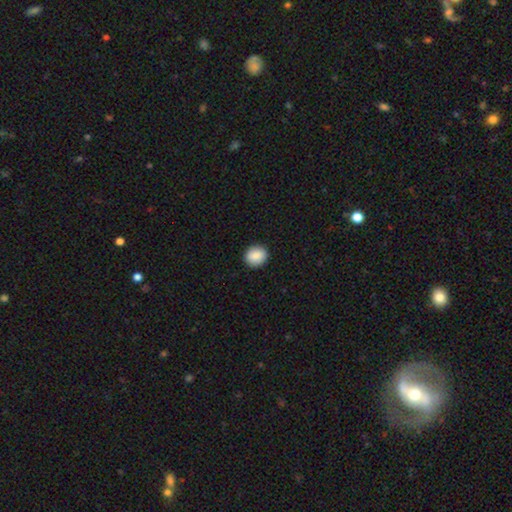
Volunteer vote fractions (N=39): smooth-or-featured: smooth: 87% | featured or disk: 8% | star or artifact: 5%
  how-rounded: round: 85% | in between: 15% | cigar-shaped: 0%
  merging: none: 95% | minor disturbance: 3% | major disturbance: 3% | merger: 0%